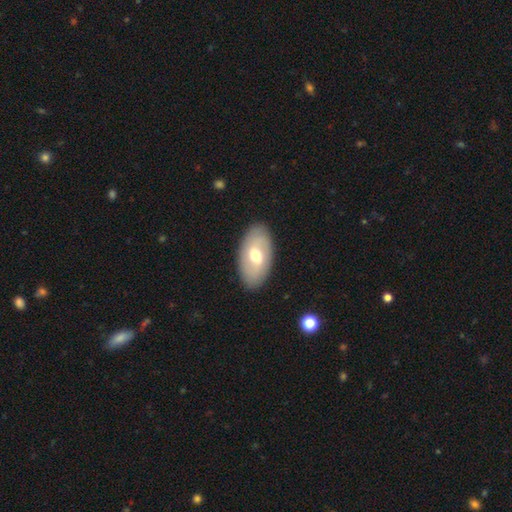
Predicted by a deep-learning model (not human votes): smooth-or-featured: smooth: 54% | featured or disk: 40% | star or artifact: 6%
  how-rounded: in between: 93% | round: 4% | cigar-shaped: 2%
  merging: none: 87% | minor disturbance: 9% | major disturbance: 3% | merger: 1%